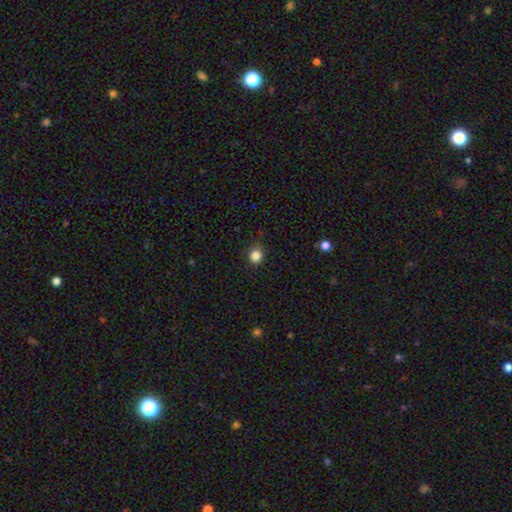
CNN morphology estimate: This appears to be a smooth galaxy with no disk features (85%) that is round (81%). Merging: none (88%).